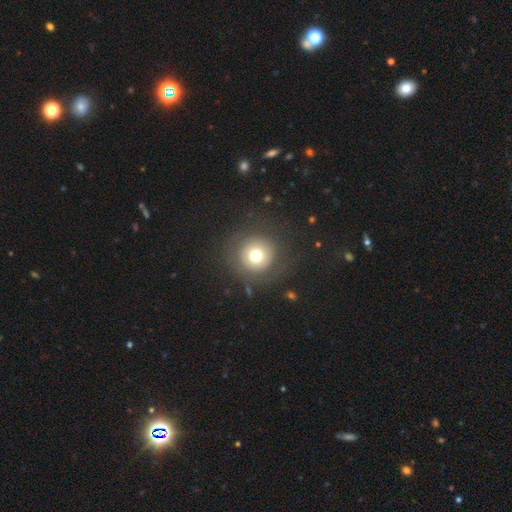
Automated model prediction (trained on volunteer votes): This appears to be a smooth galaxy with no disk features (69%) that is round (95%). Merging: none (80%).